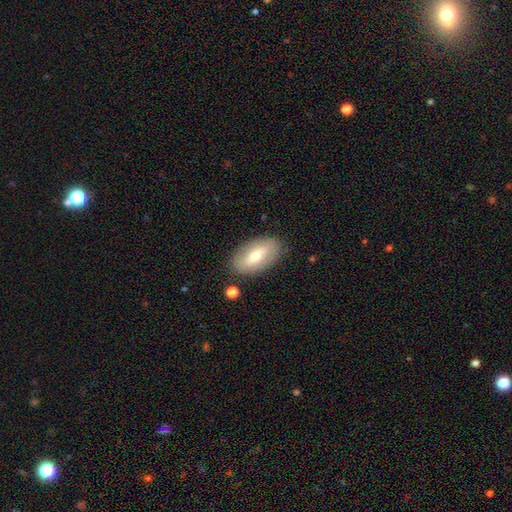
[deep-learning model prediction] The model was most divided on "smooth or featured": smooth: 58%, featured or disk: 36%, star or artifact: 6%. More confident: how rounded — in between (93%); merging — none (85%).